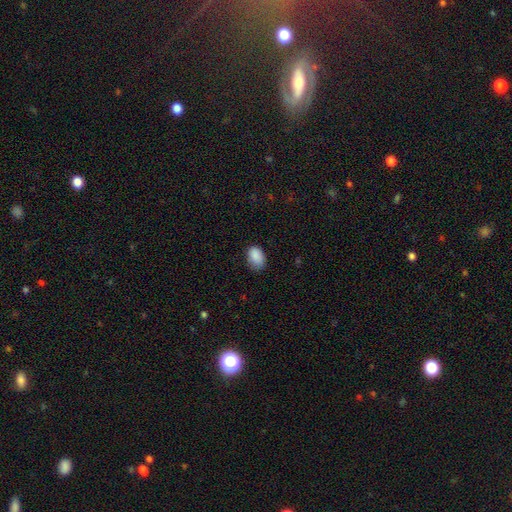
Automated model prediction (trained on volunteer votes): A smooth galaxy with no disk features (88%) that is in between round and cigar-shaped (83%).

Vote fractions:
- Smooth or featured? smooth: 88% / star or artifact: 8% / featured or disk: 4%
- How rounded? in between: 83% / round: 16% / cigar-shaped: 1%
- Merging? none: 68% / minor disturbance: 25% / major disturbance: 5% / merger: 1%